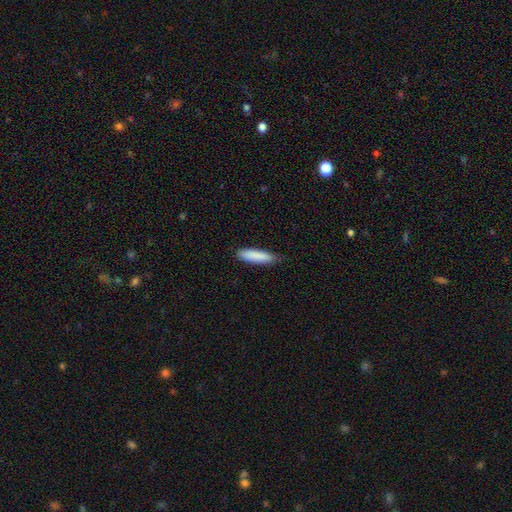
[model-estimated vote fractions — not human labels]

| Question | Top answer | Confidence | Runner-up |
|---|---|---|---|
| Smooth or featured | smooth | 87% | featured or disk (7%) |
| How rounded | cigar-shaped | 73% | in between (26%) |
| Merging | none | 81% | minor disturbance (16%) |